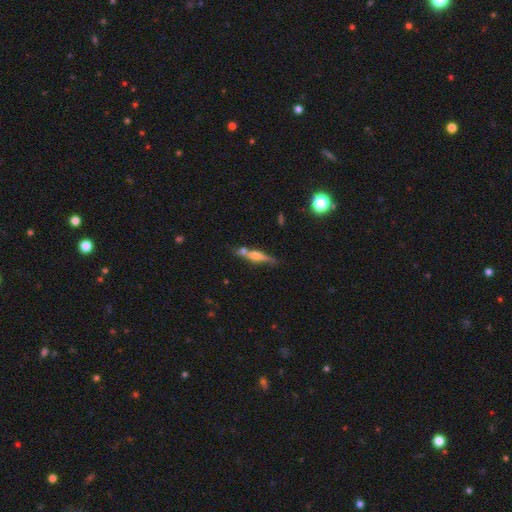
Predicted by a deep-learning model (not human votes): Smooth or featured: featured or disk — 53% (smooth — 39%)
Edge-on disk: yes — 90% (no — 10%)
Merging: none — 60% (merger — 19%)